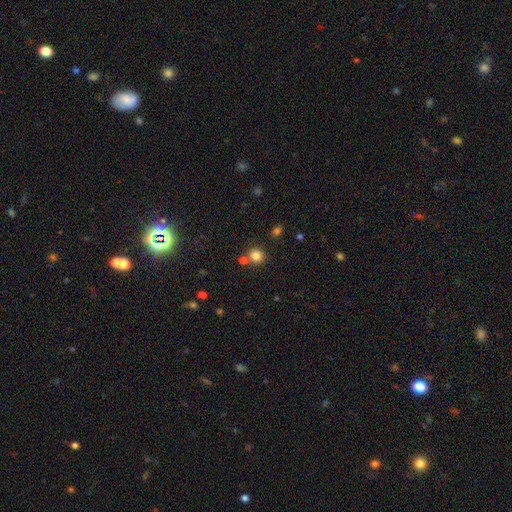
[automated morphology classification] A smooth galaxy with no disk features (82%) that is round (87%).

Vote fractions:
- Smooth or featured? smooth: 82% / star or artifact: 12% / featured or disk: 6%
- How rounded? round: 87% / in between: 12% / cigar-shaped: 1%
- Merging? none: 72% / merger: 16% / minor disturbance: 8% / major disturbance: 3%